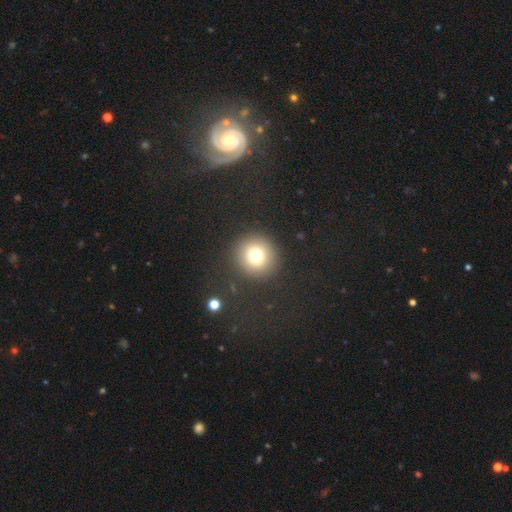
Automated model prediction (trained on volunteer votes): smooth-or-featured: smooth: 75% | star or artifact: 15% | featured or disk: 10%
  how-rounded: round: 95% | in between: 4% | cigar-shaped: 1%
  merging: none: 90% | minor disturbance: 6% | major disturbance: 3% | merger: 1%